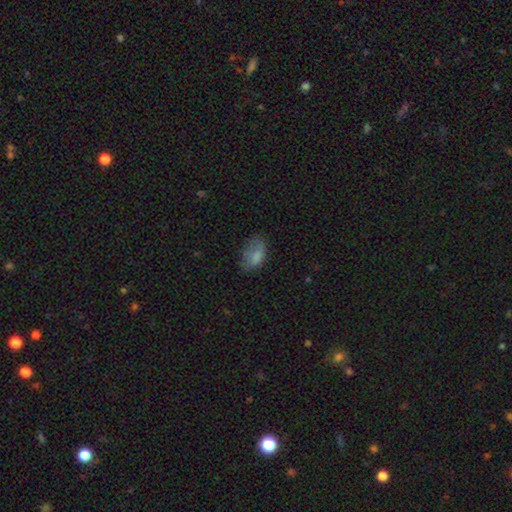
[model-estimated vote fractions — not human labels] Q: Smooth or featured?
A: smooth (77%); runner-up: featured or disk (14%)
Q: How rounded?
A: in between (91%); runner-up: round (7%)
Q: Merging?
A: none (50%); runner-up: minor disturbance (31%)